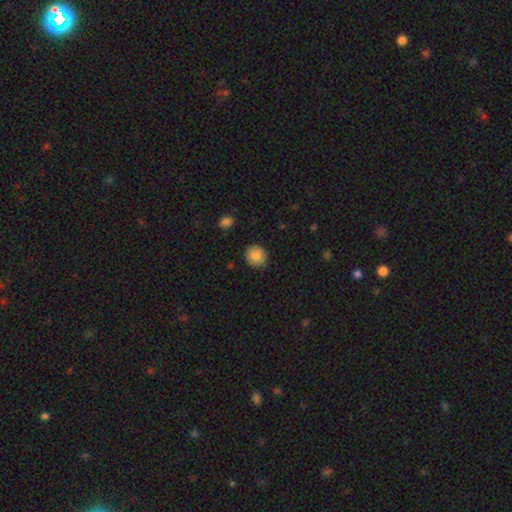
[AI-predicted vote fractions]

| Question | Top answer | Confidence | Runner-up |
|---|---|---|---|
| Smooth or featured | smooth | 83% | featured or disk (9%) |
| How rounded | round | 83% | in between (16%) |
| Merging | none | 88% | minor disturbance (9%) |